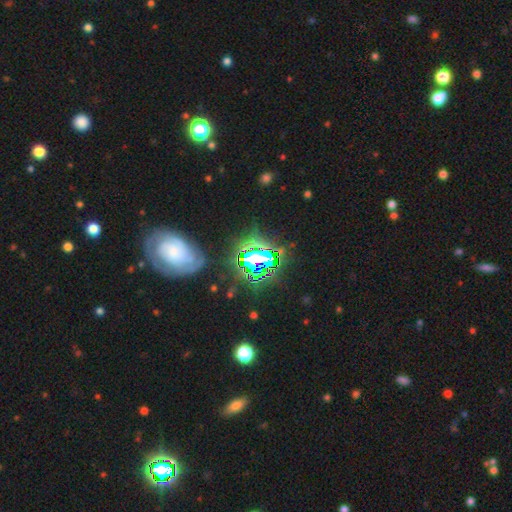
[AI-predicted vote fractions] This is likely a star or artifact rather than a galaxy (63%).